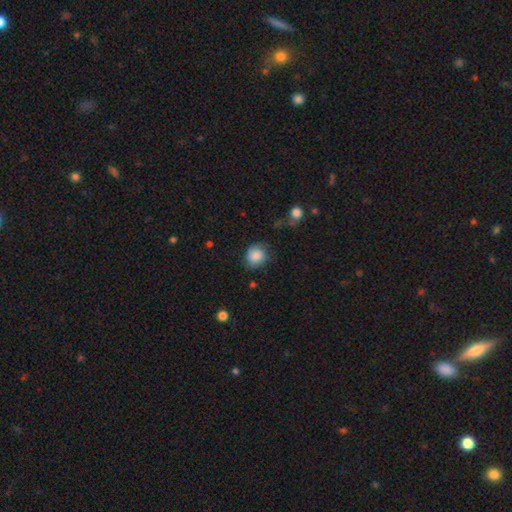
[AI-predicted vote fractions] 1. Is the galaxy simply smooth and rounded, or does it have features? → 78% smooth, 14% featured or disk, 8% star or artifact.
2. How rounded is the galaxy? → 72% round, 27% in between, 1% cigar-shaped.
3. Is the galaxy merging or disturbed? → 63% none, 25% minor disturbance, 9% major disturbance, 2% merger.